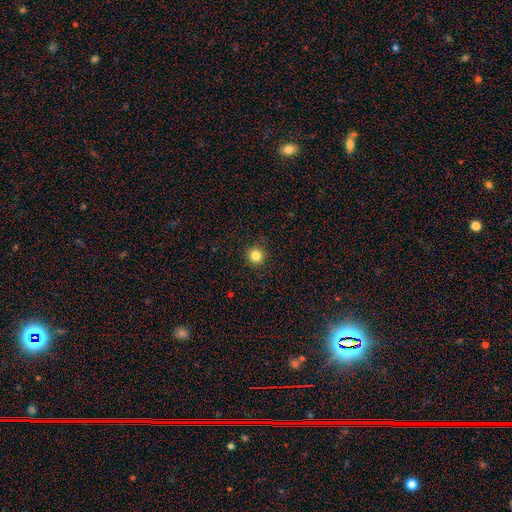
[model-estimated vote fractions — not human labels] Smooth or featured: smooth — 83% (star or artifact — 12%)
How rounded: round — 95% (in between — 4%)
Merging: none — 92% (minor disturbance — 5%)